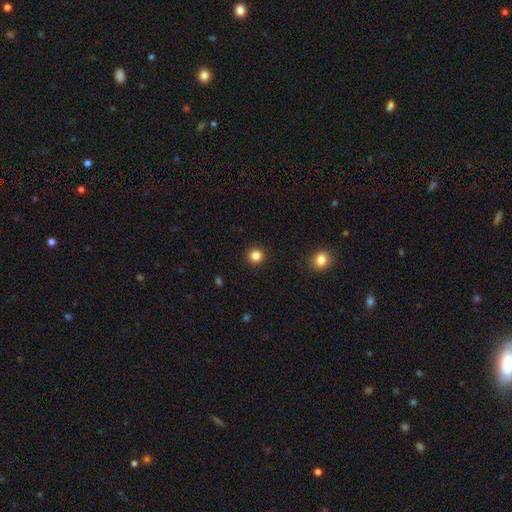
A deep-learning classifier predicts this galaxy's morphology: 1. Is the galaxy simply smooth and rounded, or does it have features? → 84% smooth, 12% star or artifact, 4% featured or disk.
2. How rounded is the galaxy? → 94% round, 6% in between, 1% cigar-shaped.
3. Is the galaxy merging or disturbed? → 93% none, 5% minor disturbance, 2% major disturbance, 1% merger.